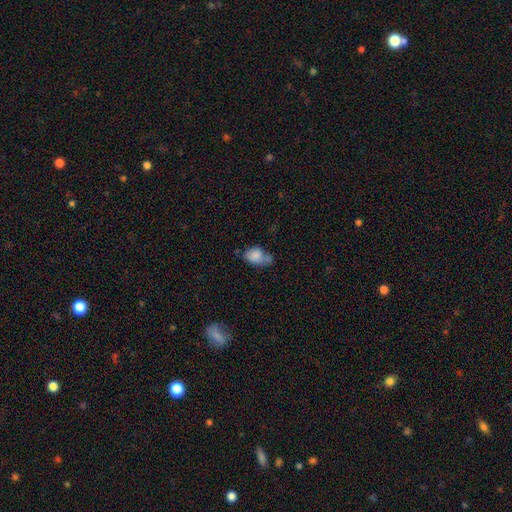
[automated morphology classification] Smooth or featured? Predicted: smooth (p=0.81). How rounded? Predicted: in between (p=0.75). Merging? Predicted: none (p=0.37).